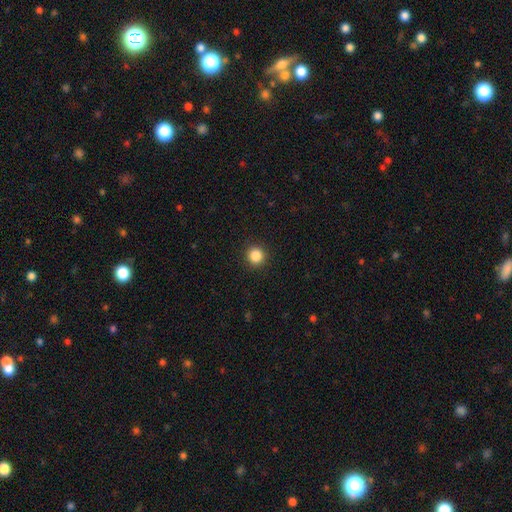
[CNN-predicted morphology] Smooth or featured? smooth (86%)
How rounded? round (94%)
Merging? none (92%)